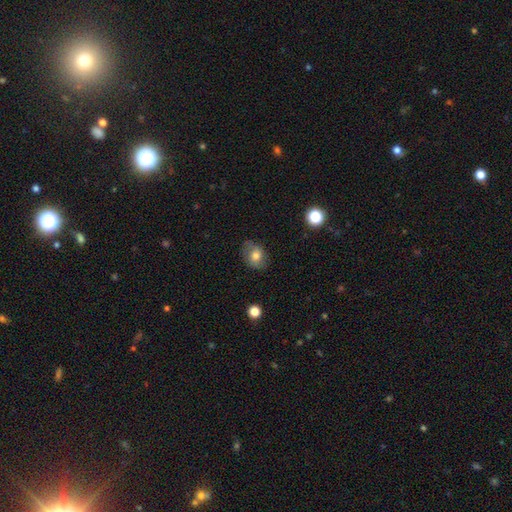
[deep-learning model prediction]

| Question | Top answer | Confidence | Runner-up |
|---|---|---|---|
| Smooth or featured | smooth | 69% | featured or disk (21%) |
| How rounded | in between | 61% | round (38%) |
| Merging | none | 72% | minor disturbance (21%) |